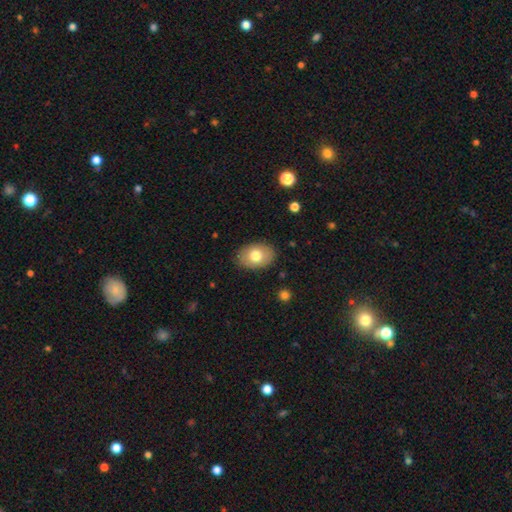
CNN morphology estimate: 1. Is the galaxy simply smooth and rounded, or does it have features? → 75% smooth, 18% featured or disk, 7% star or artifact.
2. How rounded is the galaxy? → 82% in between, 17% round, 1% cigar-shaped.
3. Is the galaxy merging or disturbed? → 86% none, 10% minor disturbance, 3% major disturbance, 1% merger.